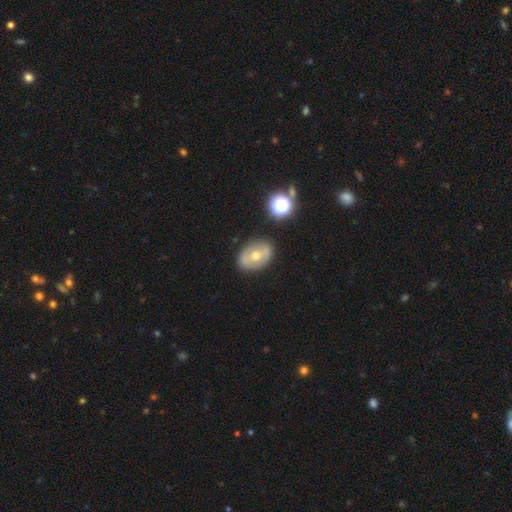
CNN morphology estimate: A featured or disk galaxy (52%).

Vote fractions:
- Smooth or featured? featured or disk: 52% / smooth: 40% / star or artifact: 8%
- Edge-on disk? no: 93% / yes: 7%
- Merging? none: 80% / minor disturbance: 13% / major disturbance: 4% / merger: 3%